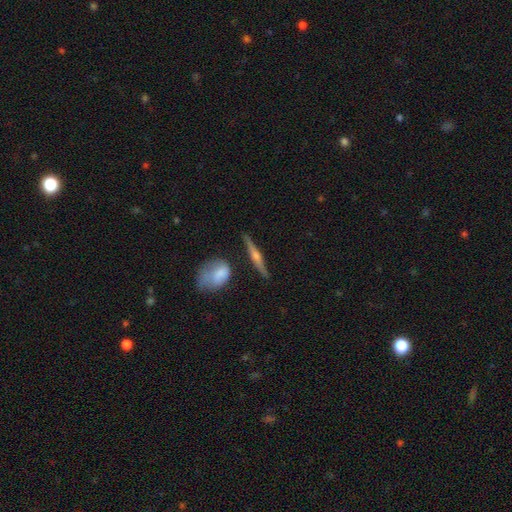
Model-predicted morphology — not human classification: Overall: featured or disk (69%). Edge-on disk: yes (96%). Edge-on bulge: rounded (88%). Merging: none (82%).